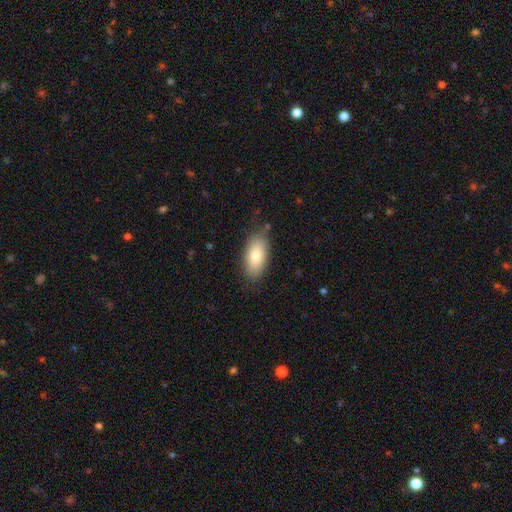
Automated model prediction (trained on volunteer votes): Overall: smooth (81%). How rounded: in between (91%). Merging: none (80%).